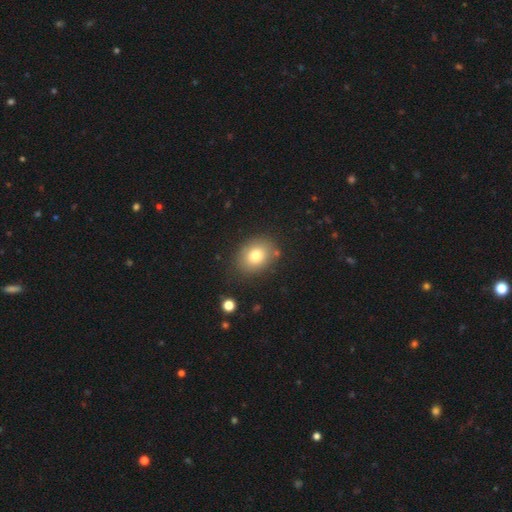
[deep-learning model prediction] Overall: smooth (77%). How rounded: in between (54%; round 45%). Merging: none (82%).